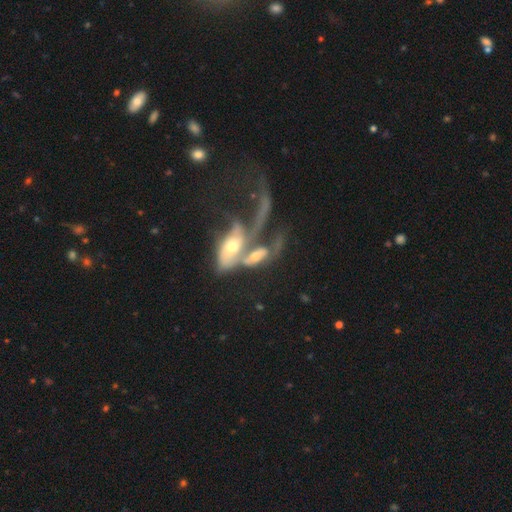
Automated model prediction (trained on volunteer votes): Smooth or featured? featured or disk (60%)
Edge-on disk? no (87%)
Bar? no (69%)
Spiral arms? yes (57%)
Bulge size? moderate (54%)
Merging? merger (69%)